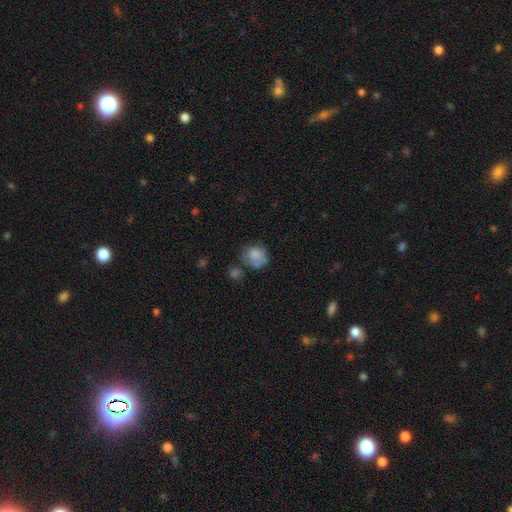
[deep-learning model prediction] smooth 74%, featured or disk 17%, star or artifact 9%. Down the decision tree: how rounded — round (72%); merging — none (46%).